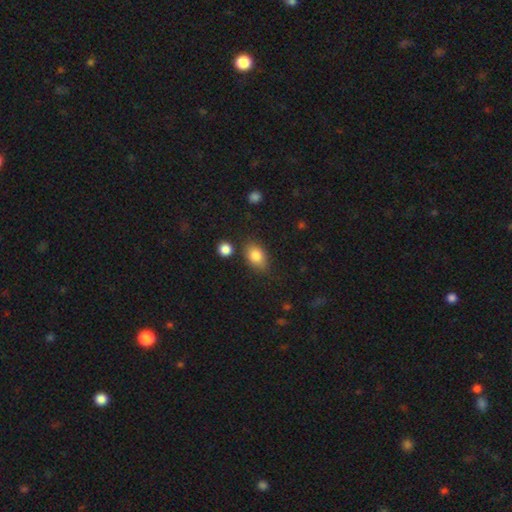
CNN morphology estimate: This is clearly a smooth galaxy (84%). How rounded: likely in between (79%). Merging: likely none (75%).